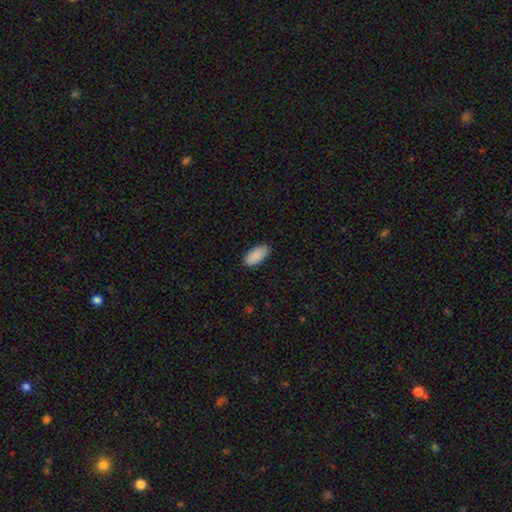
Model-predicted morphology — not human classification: smooth 89%, star or artifact 6%, featured or disk 5%. Down the decision tree: how rounded — in between (91%); merging — none (86%).